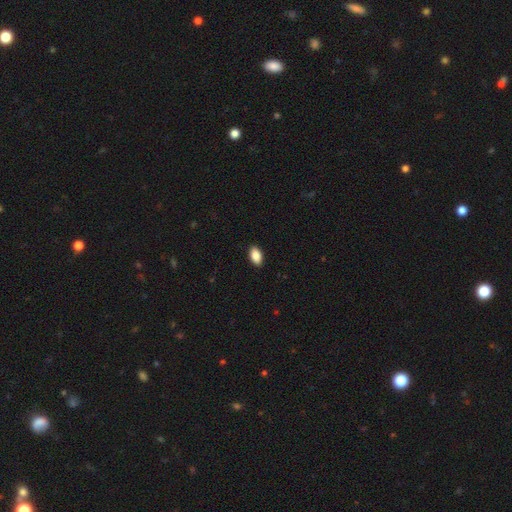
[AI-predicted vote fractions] smooth-or-featured: smooth: 88% | star or artifact: 7% | featured or disk: 5%
  how-rounded: in between: 93% | round: 5% | cigar-shaped: 2%
  merging: none: 90% | minor disturbance: 7% | major disturbance: 2% | merger: 1%